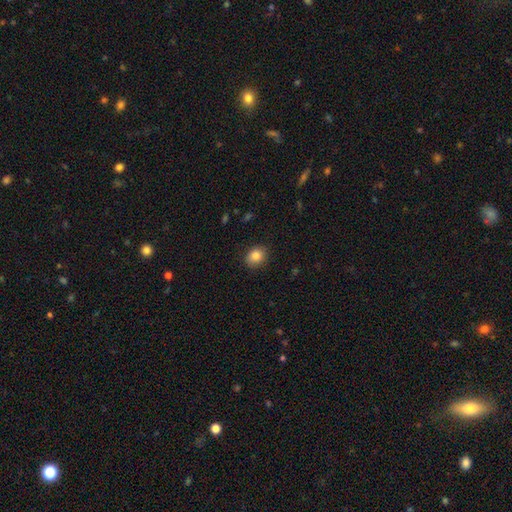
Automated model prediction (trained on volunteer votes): Smooth or featured? Predicted: smooth (p=0.85). How rounded? Predicted: round (p=0.60). Merging? Predicted: none (p=0.87).